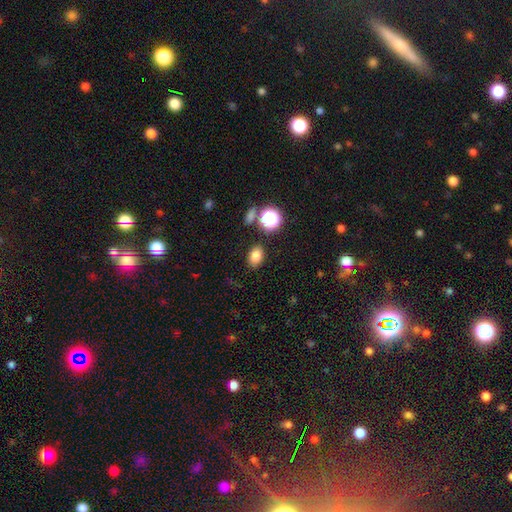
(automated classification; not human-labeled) Smooth or featured?
  - smooth: 79% *
  - star or artifact: 14%
  - featured or disk: 7%
How rounded?
  - in between: 72% *
  - round: 27%
  - cigar-shaped: 1%
Merging?
  - none: 83% *
  - minor disturbance: 9%
  - merger: 4%
  - major disturbance: 3%